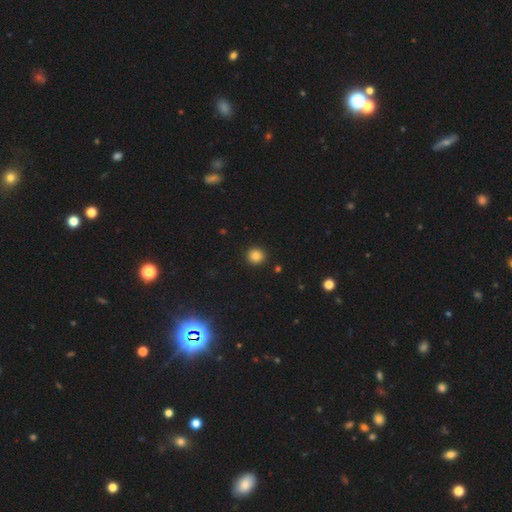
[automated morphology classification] Smooth or featured? Predicted: smooth (p=0.83). How rounded? Predicted: round (p=0.93). Merging? Predicted: none (p=0.92).